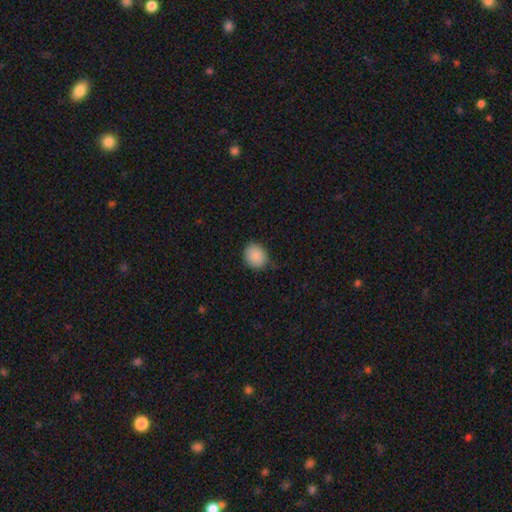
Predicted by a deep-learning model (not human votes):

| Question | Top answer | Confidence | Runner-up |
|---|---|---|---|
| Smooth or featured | smooth | 88% | star or artifact (8%) |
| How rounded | round | 72% | in between (27%) |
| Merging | none | 80% | minor disturbance (16%) |